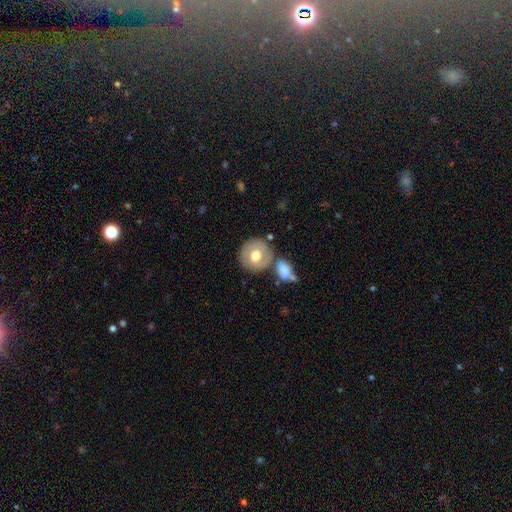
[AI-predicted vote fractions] Smooth or featured? Predicted: smooth (p=0.64). How rounded? Predicted: round (p=0.89). Merging? Predicted: none (p=0.66).